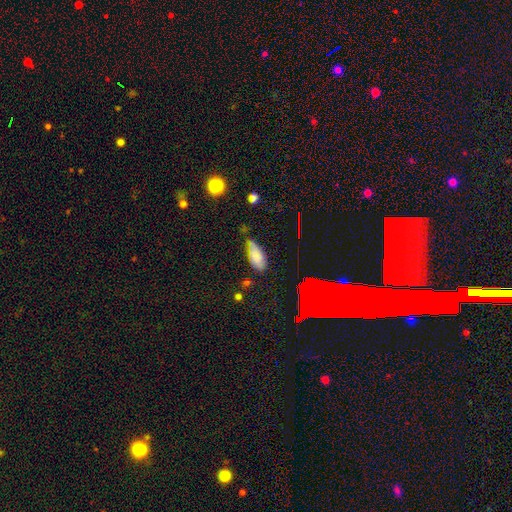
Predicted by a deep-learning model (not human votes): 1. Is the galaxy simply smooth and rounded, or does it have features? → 73% smooth, 15% featured or disk, 12% star or artifact.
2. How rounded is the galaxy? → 83% in between, 14% cigar-shaped, 3% round.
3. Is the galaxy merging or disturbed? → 47% none, 37% minor disturbance, 10% major disturbance, 5% merger.